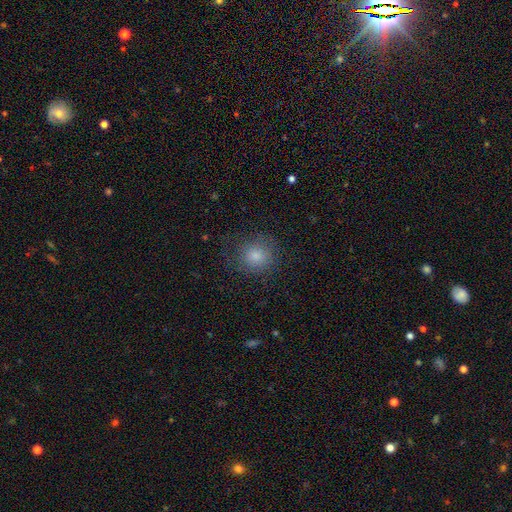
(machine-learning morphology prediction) Smooth or featured: smooth — 72% (star or artifact — 15%)
How rounded: round — 85% (in between — 14%)
Merging: none — 75% (minor disturbance — 15%)